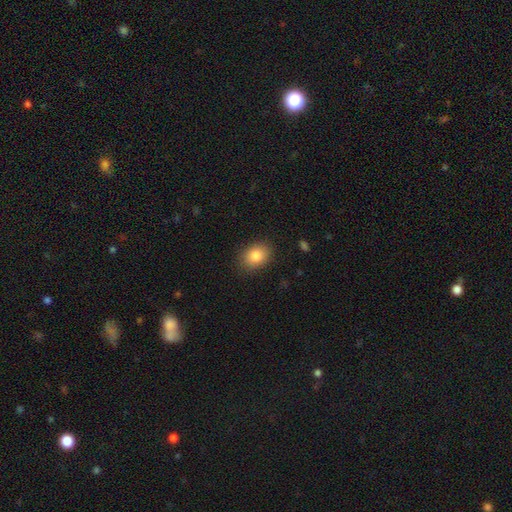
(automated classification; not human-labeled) A smooth galaxy with no disk features (85%) that is in between round and cigar-shaped (67%).

Vote fractions:
- Smooth or featured? smooth: 85% / star or artifact: 8% / featured or disk: 7%
- How rounded? in between: 67% / round: 32% / cigar-shaped: 1%
- Merging? none: 86% / minor disturbance: 10% / major disturbance: 3% / merger: 1%